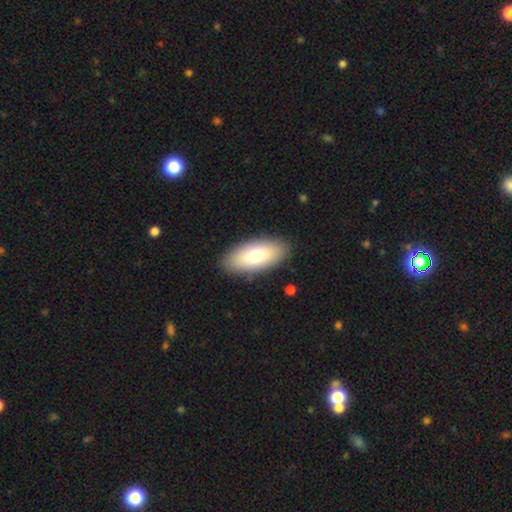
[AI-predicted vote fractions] Q: Smooth or featured?
A: smooth (76%); runner-up: featured or disk (18%)
Q: How rounded?
A: in between (89%); runner-up: cigar-shaped (9%)
Q: Merging?
A: none (89%); runner-up: minor disturbance (8%)